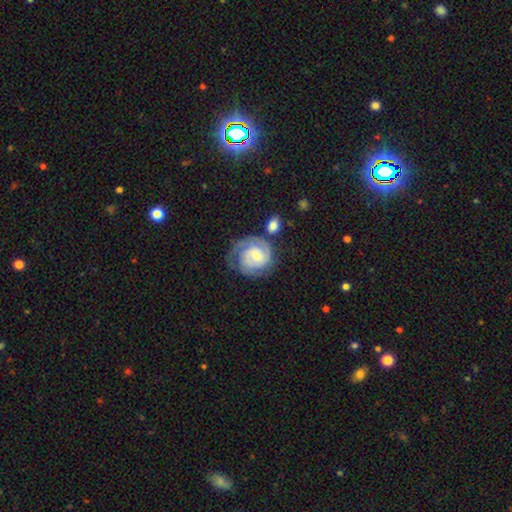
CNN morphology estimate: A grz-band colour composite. It shows a featured or disk galaxy (76%) with a weak bar (47%), 2 (55%) tight (62%) spiral arms (94%) and a small central bulge (54%). Merging: none (57%).